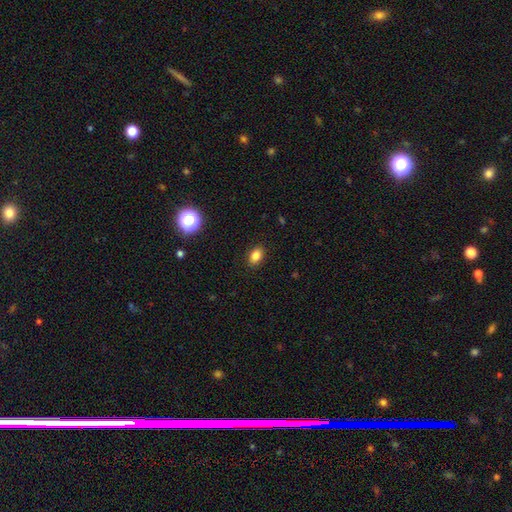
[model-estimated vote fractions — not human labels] Smooth or featured? smooth (84%)
How rounded? in between (80%)
Merging? none (89%)